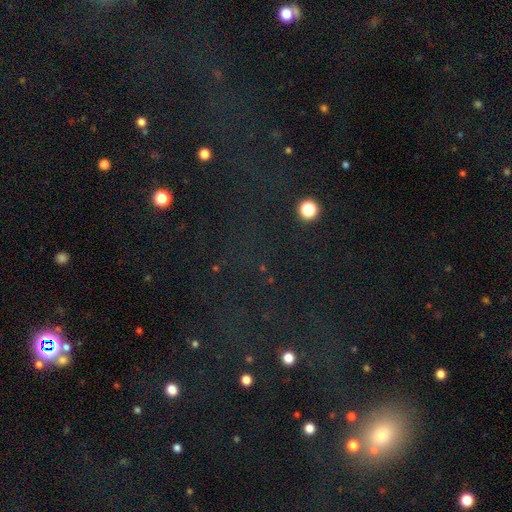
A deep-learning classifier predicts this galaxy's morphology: Overall: star or artifact (67%).